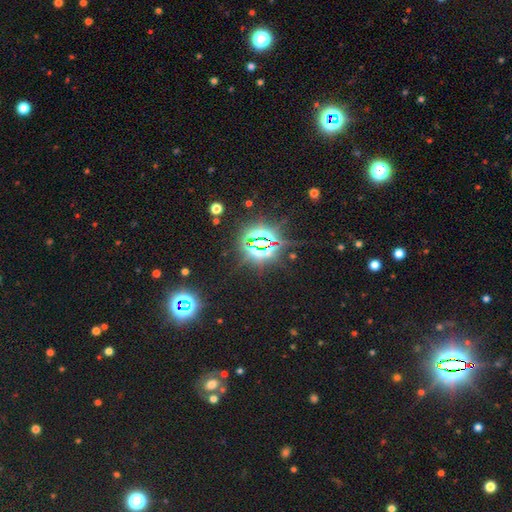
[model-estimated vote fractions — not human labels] Smooth or featured: star or artifact — 83% (smooth — 9%)